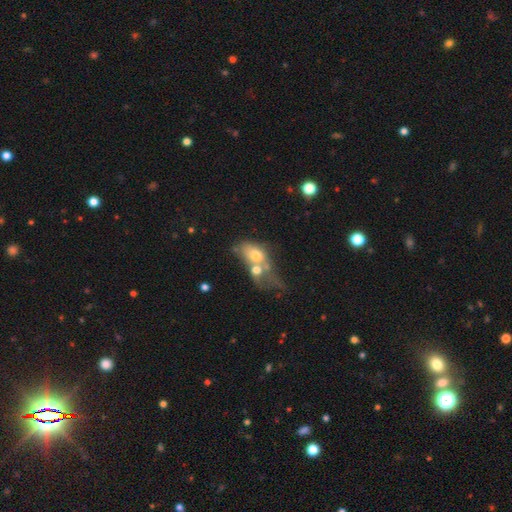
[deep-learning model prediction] Smooth or featured?
  - smooth: 59% *
  - featured or disk: 32%
  - star or artifact: 10%
How rounded?
  - in between: 76% *
  - round: 19%
  - cigar-shaped: 5%
Merging?
  - merger: 70% *
  - major disturbance: 13%
  - none: 10%
  - minor disturbance: 7%